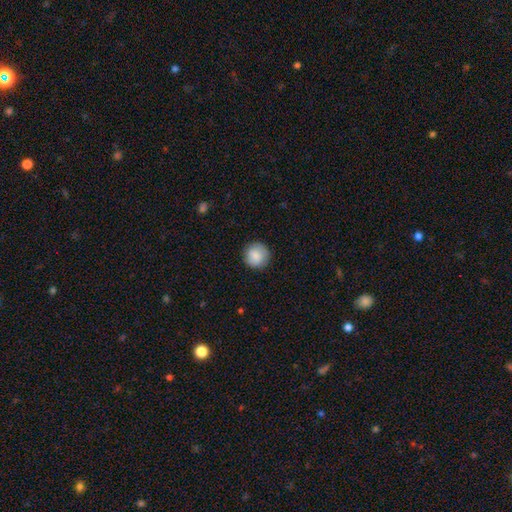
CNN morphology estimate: Smooth or featured? Predicted: smooth (p=0.87). How rounded? Predicted: round (p=0.94). Merging? Predicted: none (p=0.87).